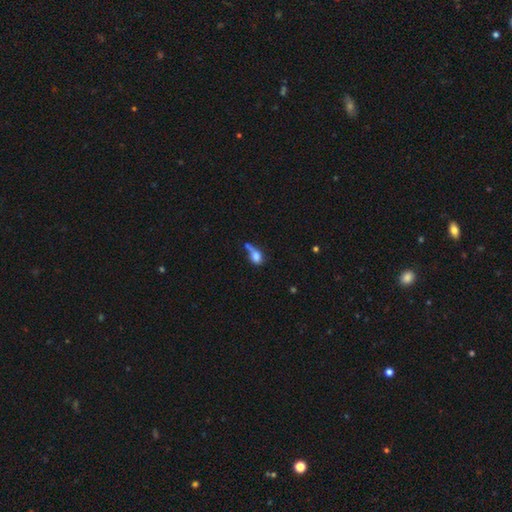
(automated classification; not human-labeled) This appears to be a smooth galaxy with no disk features (73%) that is in between round and cigar-shaped (58%). Merging: merger (33%).